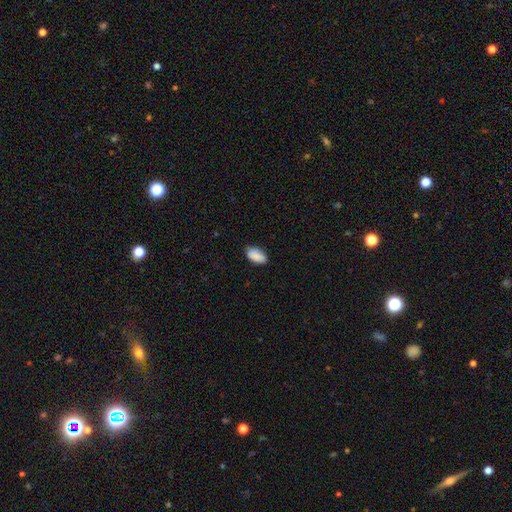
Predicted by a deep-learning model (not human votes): smooth_or_featured: smooth (p=0.88) [alt: star or artifact p=0.07]
how_rounded: in between (p=0.94) [alt: round p=0.03]
merging: none (p=0.78) [alt: minor disturbance p=0.18]